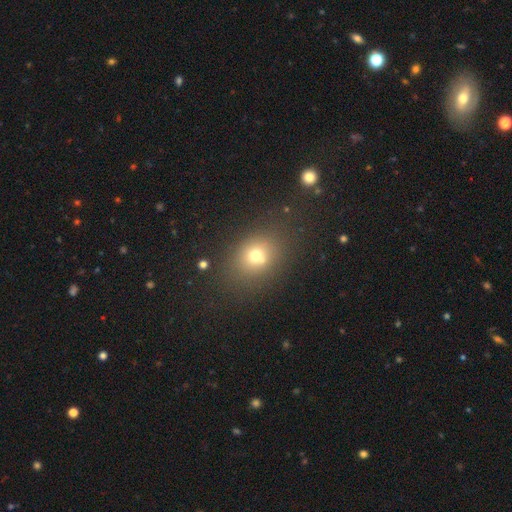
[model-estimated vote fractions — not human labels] A smooth galaxy with no disk features (67%) that is round (51%). Merging: none (66%).